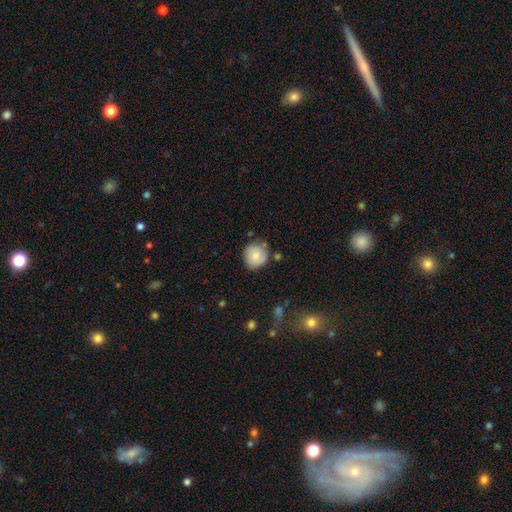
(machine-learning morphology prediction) type=smooth (75%); roundness=round (88%); merging=none (73%).